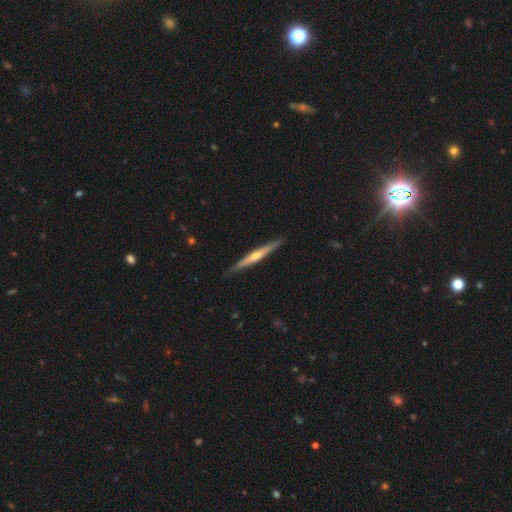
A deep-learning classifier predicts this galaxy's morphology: Smooth or featured: featured or disk — 68% (smooth — 26%)
Edge-on disk: yes — 97% (no — 3%)
Edge-on bulge: rounded — 80% (none — 17%)
Merging: none — 89% (minor disturbance — 9%)